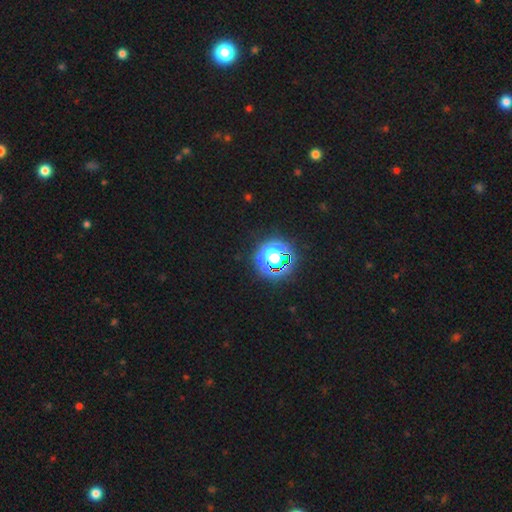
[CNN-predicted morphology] This is clearly a star or artifact rather than a galaxy (80%).